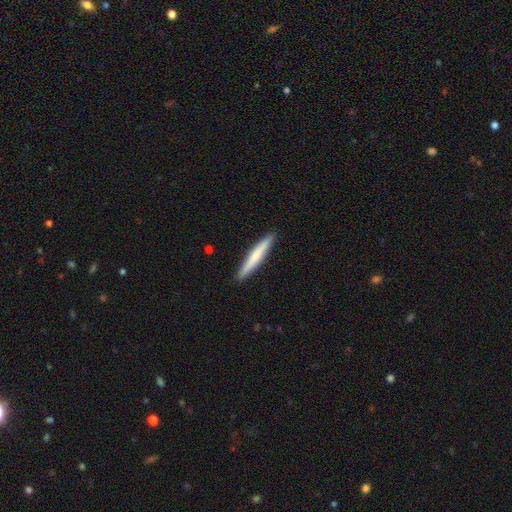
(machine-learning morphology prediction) smooth_or_featured: smooth (p=0.63) [alt: featured or disk p=0.32]
how_rounded: cigar-shaped (p=0.96) [alt: in between p=0.03]
merging: none (p=0.92) [alt: minor disturbance p=0.06]